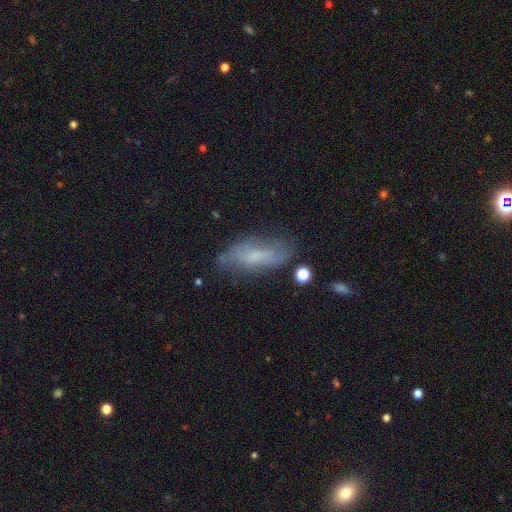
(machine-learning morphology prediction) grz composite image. It shows a smooth galaxy with no disk features (47%). Merging: none (60%).